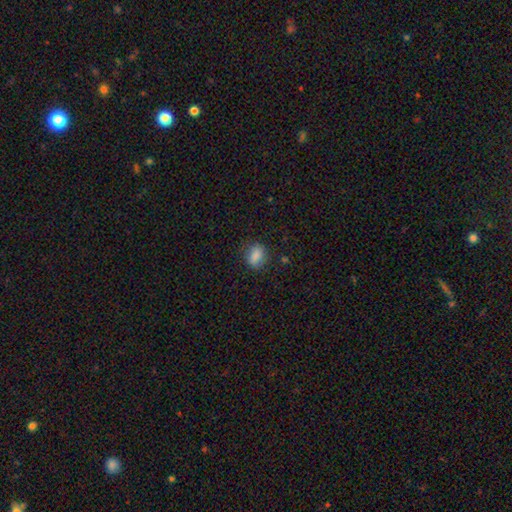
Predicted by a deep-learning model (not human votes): Smooth or featured? smooth (84%)
How rounded? in between (66%)
Merging? none (82%)